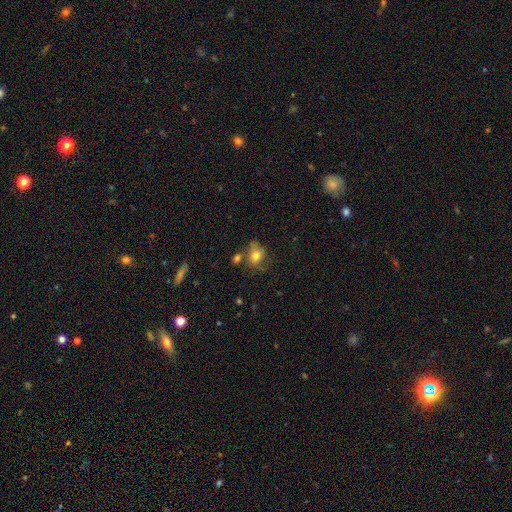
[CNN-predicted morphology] Q: Smooth or featured?
A: smooth (69%); runner-up: featured or disk (21%)
Q: How rounded?
A: round (50%); runner-up: in between (49%)
Q: Merging?
A: none (53%); runner-up: minor disturbance (23%)